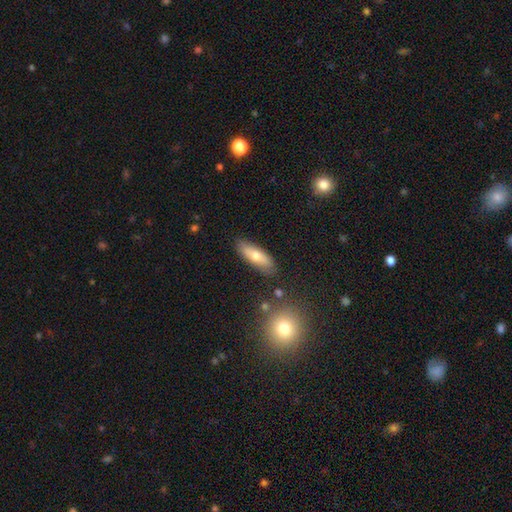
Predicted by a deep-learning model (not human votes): Smooth or featured? smooth (67%)
How rounded? in between (57%)
Merging? none (82%)